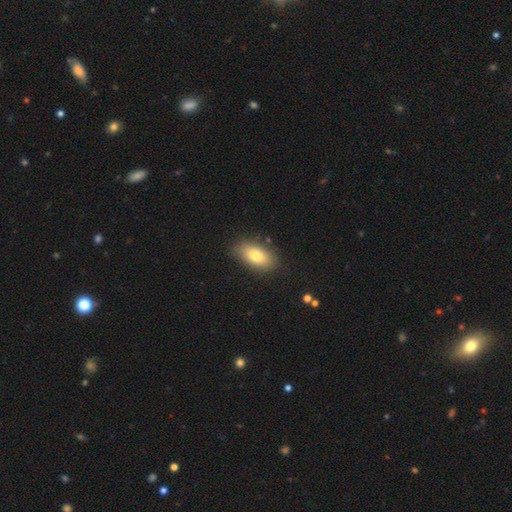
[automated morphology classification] A smooth galaxy with no disk features (77%) that is in between round and cigar-shaped (90%).

Vote fractions:
- Smooth or featured? smooth: 77% / featured or disk: 15% / star or artifact: 8%
- How rounded? in between: 90% / round: 5% / cigar-shaped: 5%
- Merging? none: 84% / minor disturbance: 12% / major disturbance: 3% / merger: 2%